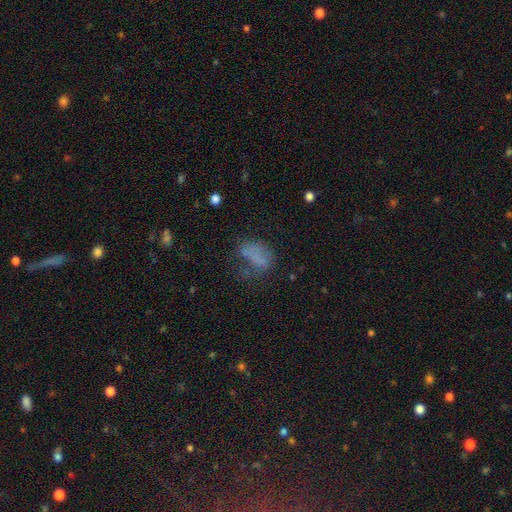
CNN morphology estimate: Smooth or featured? smooth (63%)
How rounded? in between (83%)
Merging? none (40%)